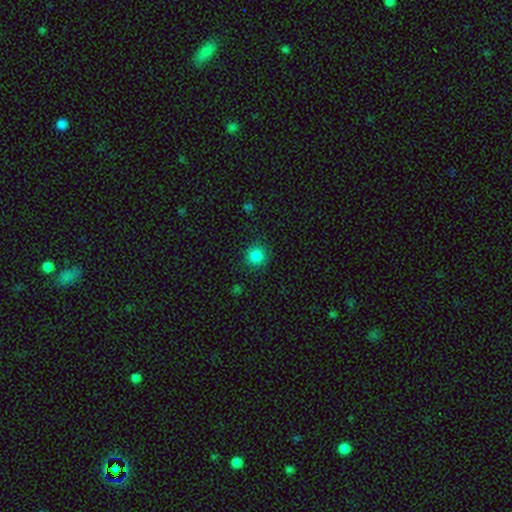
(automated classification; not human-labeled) This appears to be a smooth galaxy with no disk features (85%) that is round (92%). Merging: none (88%).